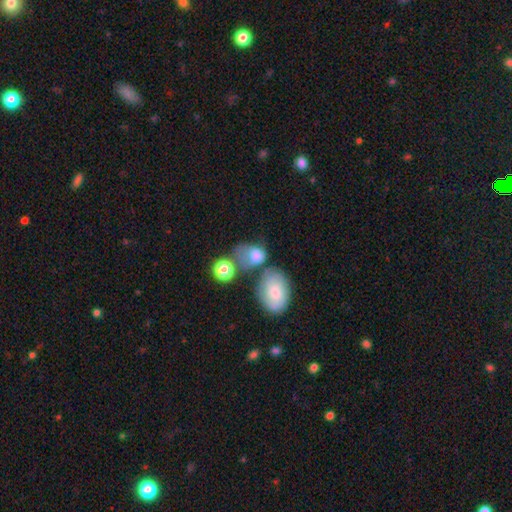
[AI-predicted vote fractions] smooth-or-featured: smooth: 65% | featured or disk: 24% | star or artifact: 11%
  how-rounded: in between: 65% | round: 34% | cigar-shaped: 1%
  merging: merger: 36% | none: 27% | major disturbance: 18% | minor disturbance: 18%